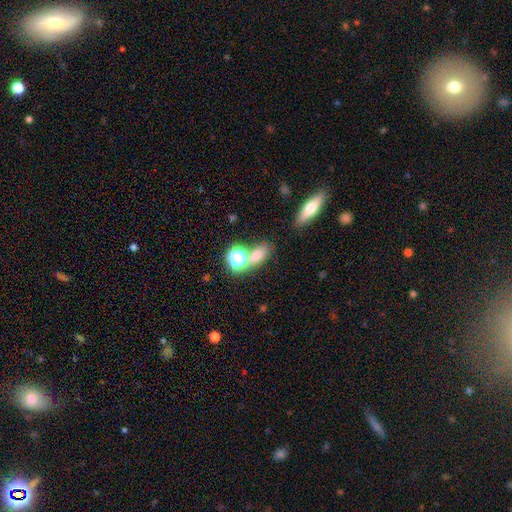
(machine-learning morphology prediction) Q: Smooth or featured?
A: smooth (69%); runner-up: star or artifact (21%)
Q: How rounded?
A: in between (66%); runner-up: round (27%)
Q: Merging?
A: none (57%); runner-up: merger (27%)